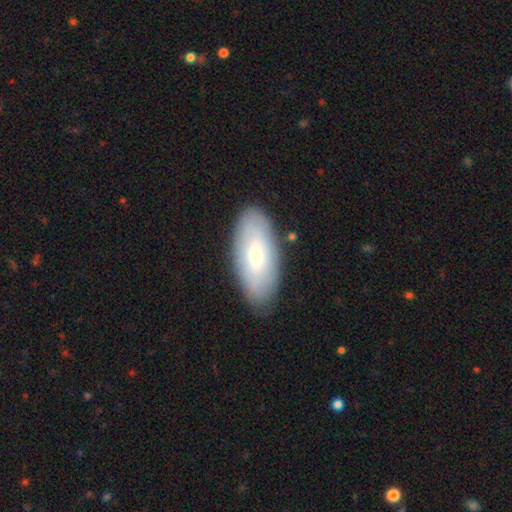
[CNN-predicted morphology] Smooth or featured? smooth (64%)
How rounded? in between (89%)
Merging? none (83%)